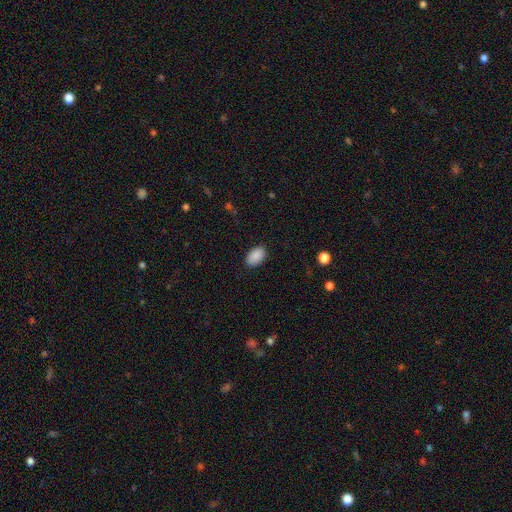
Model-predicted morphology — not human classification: Smooth or featured?
  - smooth: 90% *
  - star or artifact: 7%
  - featured or disk: 3%
How rounded?
  - in between: 92% *
  - round: 7%
  - cigar-shaped: 1%
Merging?
  - none: 88% *
  - minor disturbance: 9%
  - major disturbance: 2%
  - merger: 1%